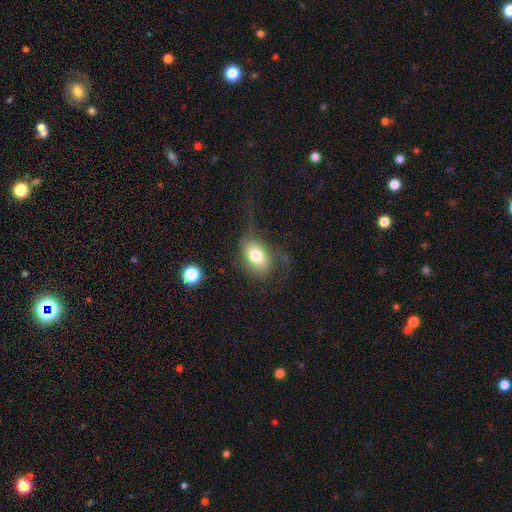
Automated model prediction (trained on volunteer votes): This is likely a smooth galaxy (72%). How rounded: clearly in between (82%). Merging: possibly none (57%).